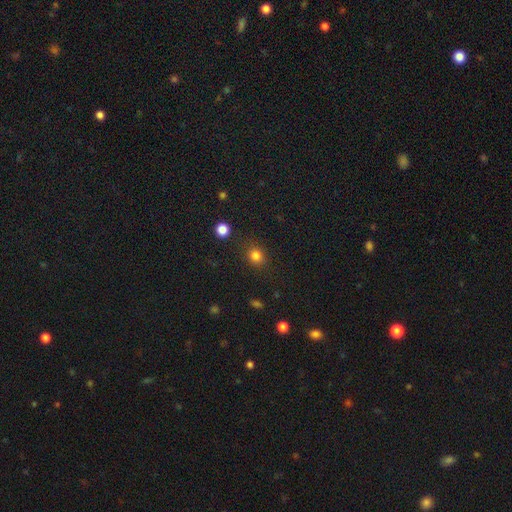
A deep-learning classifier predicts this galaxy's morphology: Smooth or featured? Predicted: smooth (p=0.81). How rounded? Predicted: round (p=0.76). Merging? Predicted: none (p=0.85).